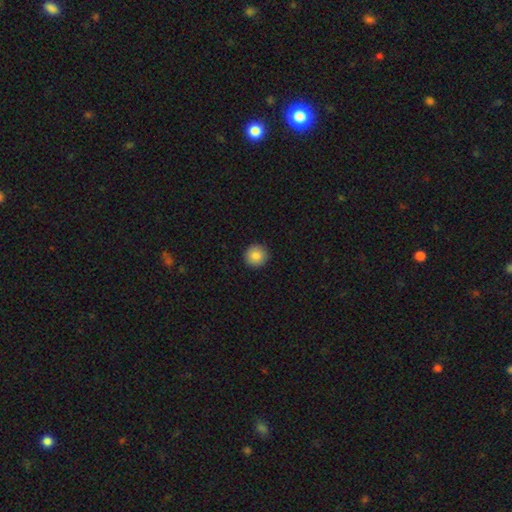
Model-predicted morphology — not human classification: Overall: smooth (86%). How rounded: round (95%). Merging: none (92%).